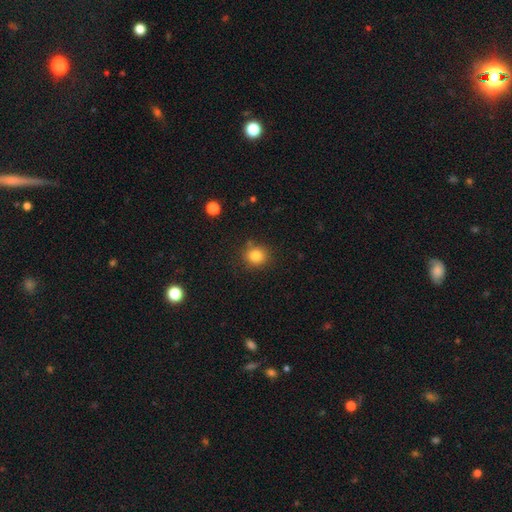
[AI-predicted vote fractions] smooth_or_featured: smooth (p=0.82) [alt: star or artifact p=0.12]
how_rounded: round (p=0.86) [alt: in between p=0.14]
merging: none (p=0.83) [alt: minor disturbance p=0.10]